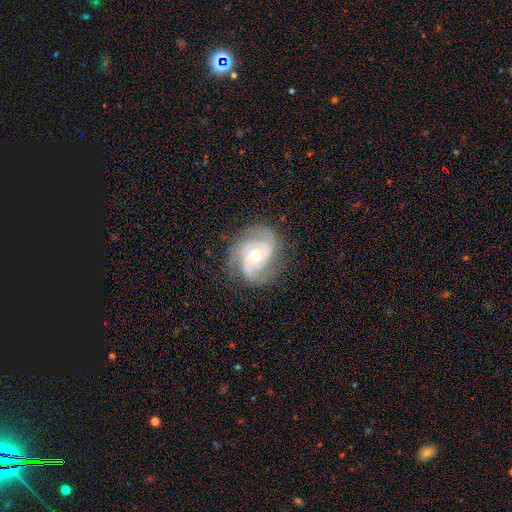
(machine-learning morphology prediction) type=featured or disk (86%); edge-on=no (98%); bar=no (69%); spiral arms=yes (96%); winding=tight (46%); arm count=3 (39%); bulge=moderate (63%); merging=none (71%).